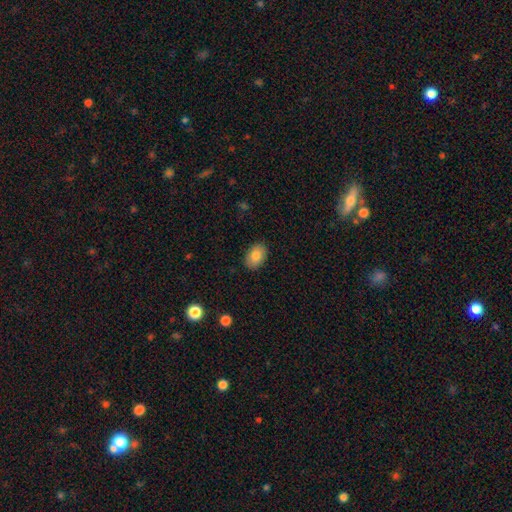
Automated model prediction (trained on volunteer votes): This appears to be a smooth galaxy with no disk features (82%) that is in between round and cigar-shaped (85%). Merging: none (88%).